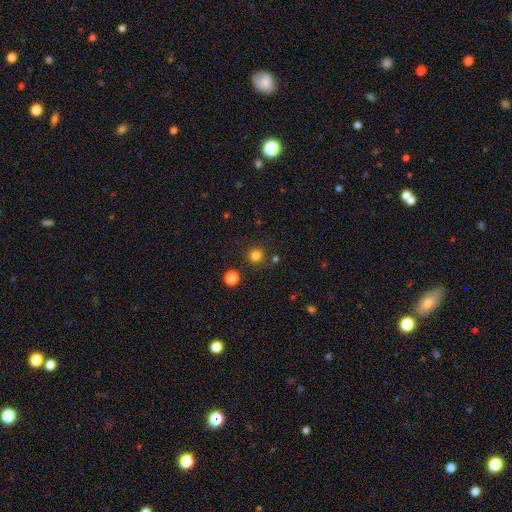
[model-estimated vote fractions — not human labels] Smooth or featured?
  - smooth: 80% *
  - star or artifact: 16%
  - featured or disk: 4%
How rounded?
  - round: 93% *
  - in between: 6%
  - cigar-shaped: 1%
Merging?
  - none: 85% *
  - minor disturbance: 8%
  - merger: 4%
  - major disturbance: 3%